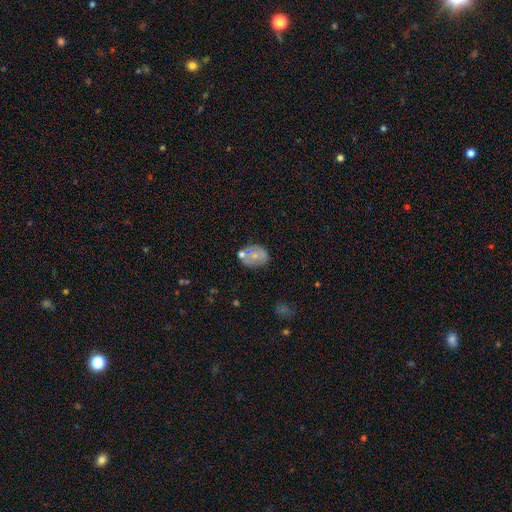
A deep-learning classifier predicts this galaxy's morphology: smooth-or-featured: smooth: 62% | featured or disk: 29% | star or artifact: 9%
  how-rounded: in between: 62% | round: 36% | cigar-shaped: 1%
  merging: none: 57% | minor disturbance: 22% | merger: 15% | major disturbance: 7%